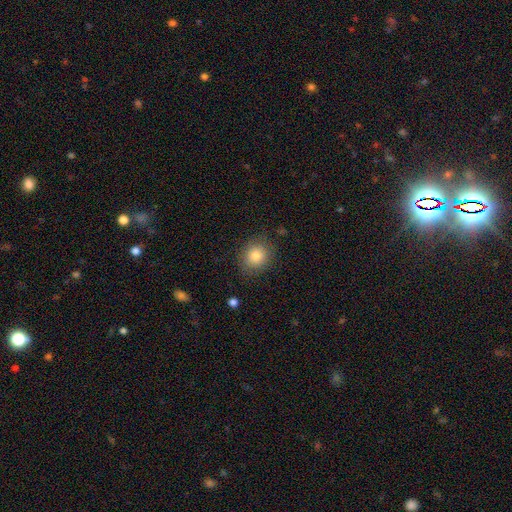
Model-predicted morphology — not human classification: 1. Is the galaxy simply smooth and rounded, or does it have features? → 83% smooth, 10% star or artifact, 7% featured or disk.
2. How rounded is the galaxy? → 74% round, 25% in between, 1% cigar-shaped.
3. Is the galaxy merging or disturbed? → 84% none, 11% minor disturbance, 3% major disturbance, 1% merger.